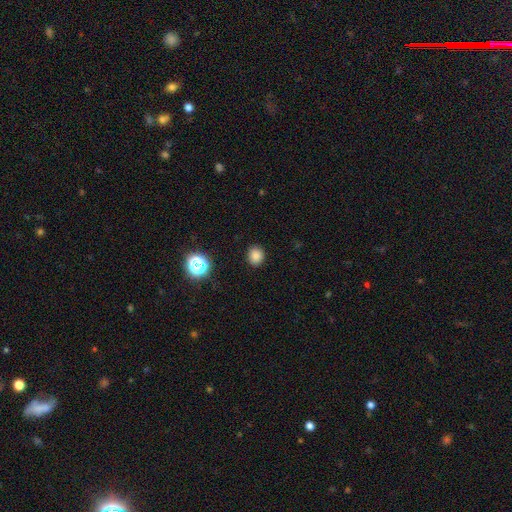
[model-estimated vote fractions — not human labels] A smooth galaxy with no disk features (81%) that is round (74%). Merging: none (89%).